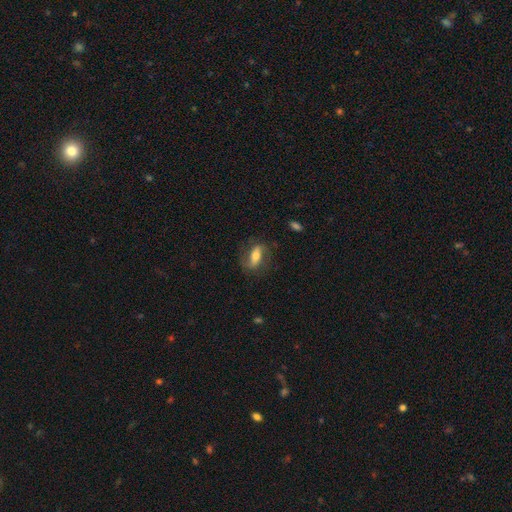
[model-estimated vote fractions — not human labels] smooth_or_featured: featured or disk (p=0.48) [alt: smooth p=0.45]
merging: none (p=0.72) [alt: minor disturbance p=0.17]